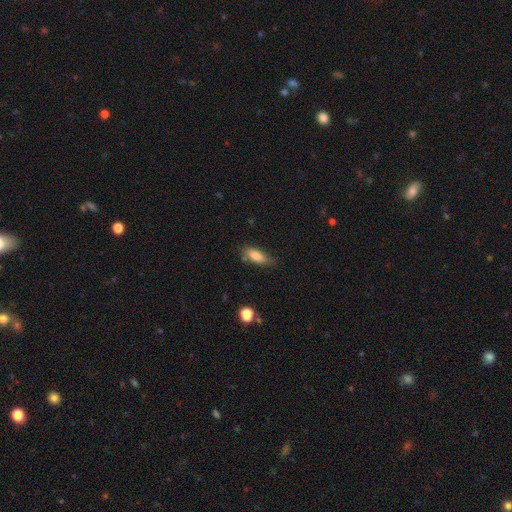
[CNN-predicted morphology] smooth_or_featured: smooth (p=0.82) [alt: featured or disk p=0.10]
how_rounded: in between (p=0.74) [alt: cigar-shaped p=0.23]
merging: none (p=0.70) [alt: minor disturbance p=0.22]